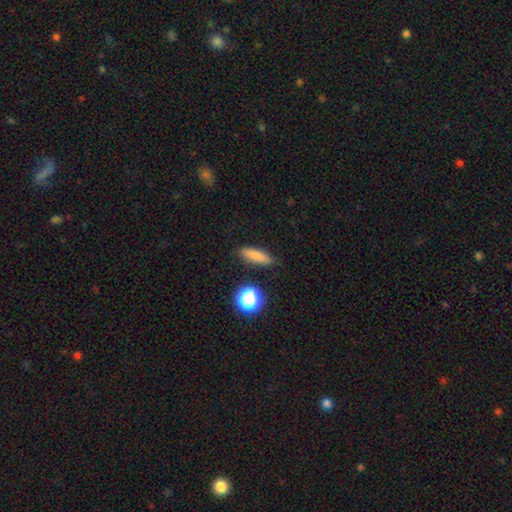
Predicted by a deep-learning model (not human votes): Smooth or featured?
  - smooth: 80% *
  - star or artifact: 11%
  - featured or disk: 8%
How rounded?
  - cigar-shaped: 57% *
  - in between: 37%
  - round: 6%
Merging?
  - none: 84% *
  - minor disturbance: 11%
  - major disturbance: 3%
  - merger: 2%